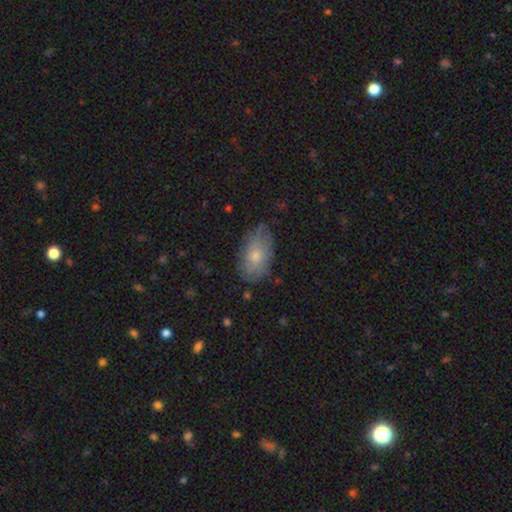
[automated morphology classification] smooth_or_featured: smooth (p=0.68) [alt: featured or disk p=0.25]
how_rounded: in between (p=0.92) [alt: round p=0.06]
merging: none (p=0.69) [alt: minor disturbance p=0.24]